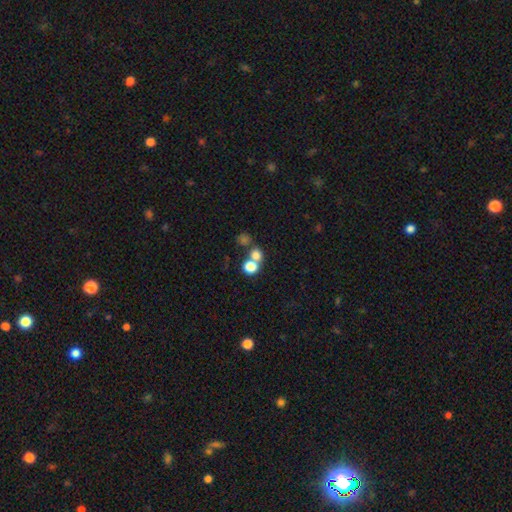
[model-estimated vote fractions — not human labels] A smooth galaxy with no disk features (74%) that is round (79%). Merging: none (46%).